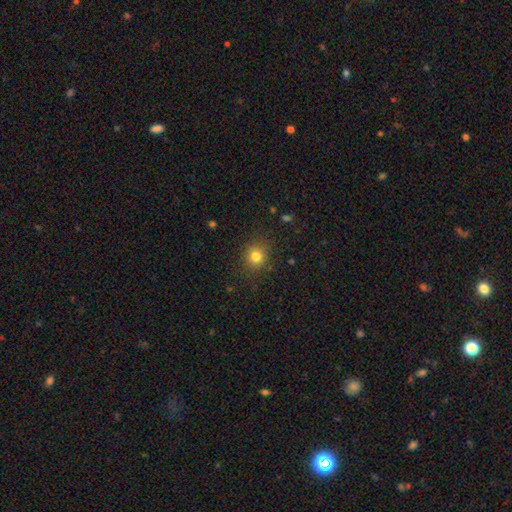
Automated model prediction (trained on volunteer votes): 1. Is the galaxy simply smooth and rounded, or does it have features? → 80% smooth, 14% star or artifact, 6% featured or disk.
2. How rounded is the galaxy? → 86% round, 13% in between, 1% cigar-shaped.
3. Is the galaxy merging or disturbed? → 88% none, 8% minor disturbance, 3% major disturbance, 1% merger.